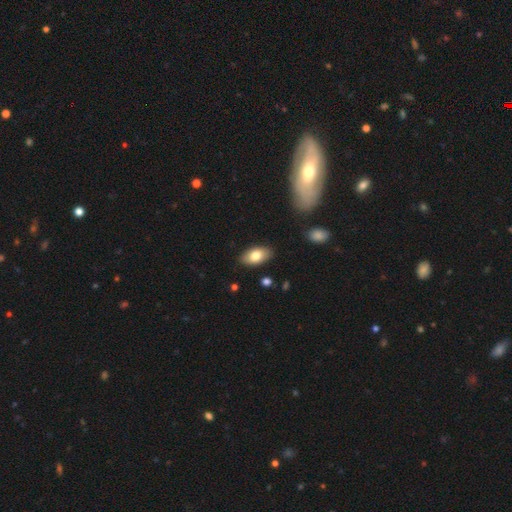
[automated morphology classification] smooth 79%, featured or disk 15%, star or artifact 7%. Down the decision tree: how rounded — in between (93%); merging — none (87%).